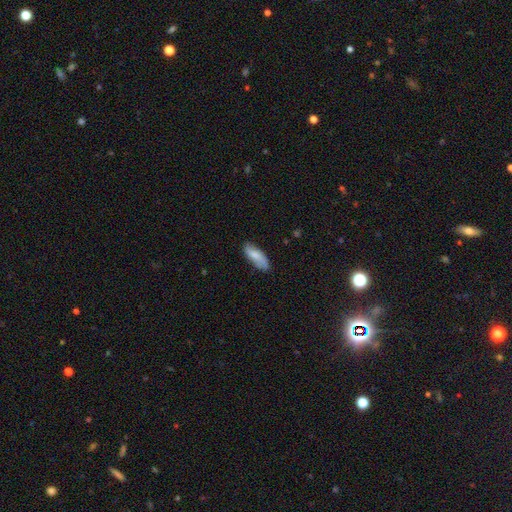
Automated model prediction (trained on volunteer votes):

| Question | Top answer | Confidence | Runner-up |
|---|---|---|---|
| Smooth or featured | smooth | 72% | featured or disk (22%) |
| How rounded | in between | 73% | cigar-shaped (25%) |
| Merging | none | 74% | minor disturbance (20%) |